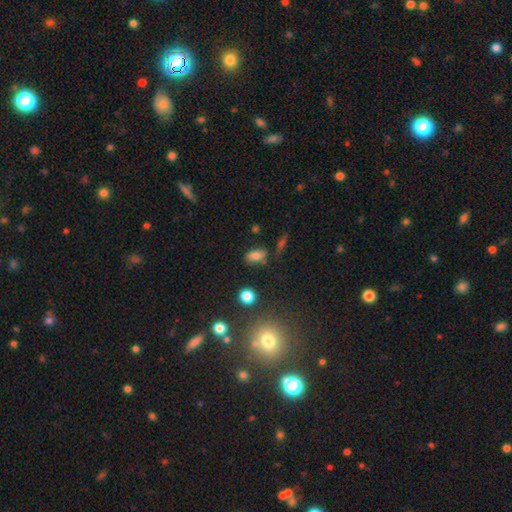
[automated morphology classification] smooth-or-featured: smooth: 74% | star or artifact: 14% | featured or disk: 12%
  how-rounded: in between: 87% | round: 9% | cigar-shaped: 4%
  merging: none: 68% | minor disturbance: 19% | merger: 7% | major disturbance: 6%